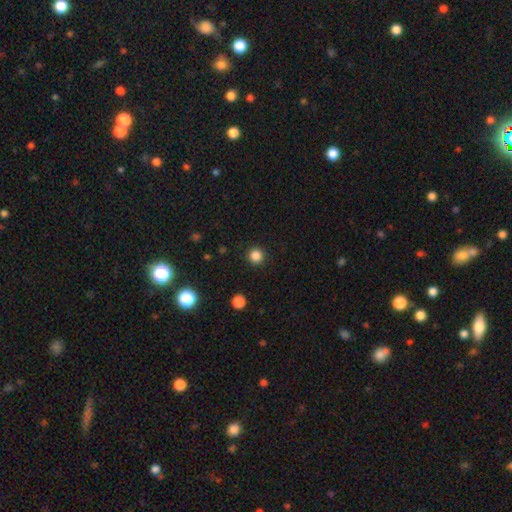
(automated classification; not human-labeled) A smooth galaxy with no disk features (85%) that is round (95%). Merging: none (92%).